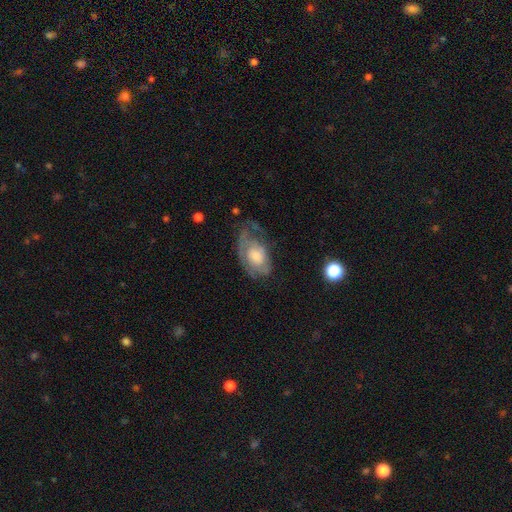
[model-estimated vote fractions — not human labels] A featured or disk galaxy (63%) with no bar (79%), spiral arms (71%) and a moderate central bulge (48%). Merging: none (43%).